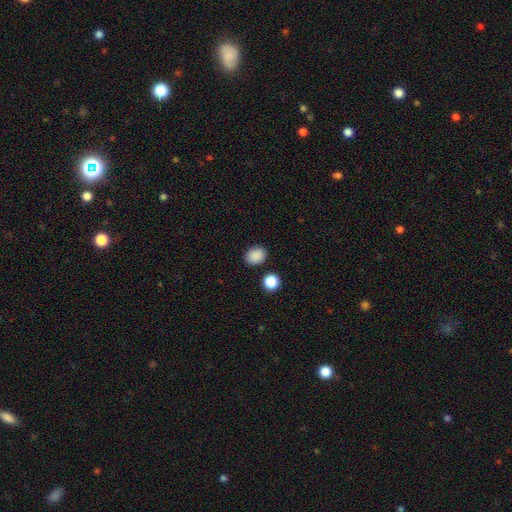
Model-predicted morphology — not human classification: smooth 88%, star or artifact 9%, featured or disk 3%. Down the decision tree: how rounded — round (50%); merging — none (86%).